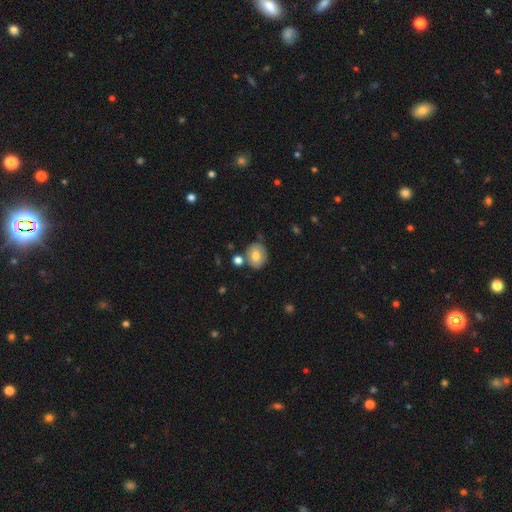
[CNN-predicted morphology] Overall: smooth (72%). How rounded: round (58%; in between 41%). Merging: none (68%).